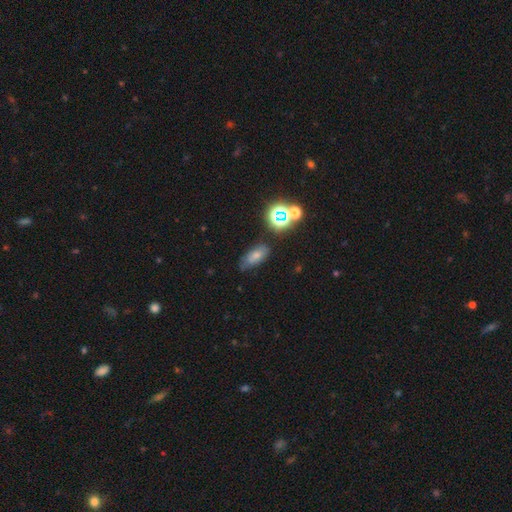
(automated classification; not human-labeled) smooth 59%, star or artifact 21%, featured or disk 20%. Down the decision tree: how rounded — in between (83%); merging — none (61%).